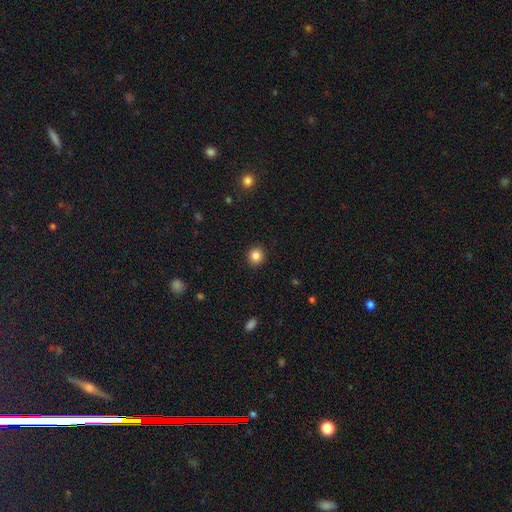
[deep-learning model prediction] Overall: smooth (85%). How rounded: round (90%). Merging: none (92%).